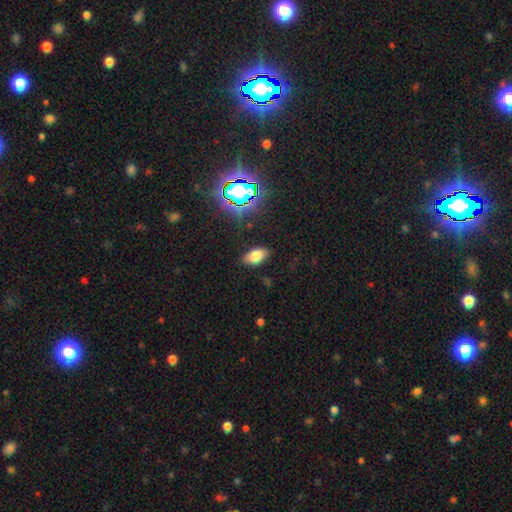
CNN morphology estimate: smooth_or_featured: smooth (p=0.74) [alt: star or artifact p=0.16]
how_rounded: in between (p=0.92) [alt: round p=0.06]
merging: none (p=0.84) [alt: minor disturbance p=0.11]